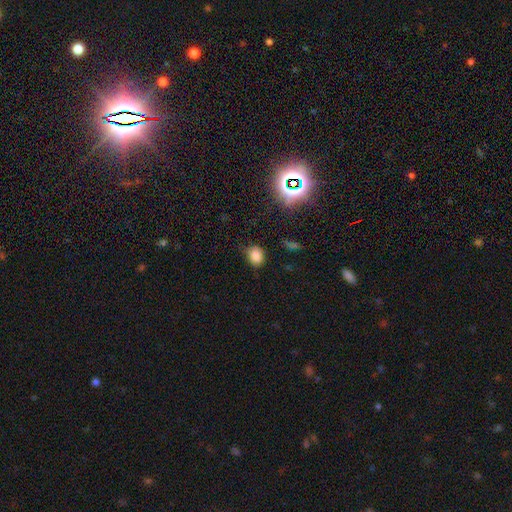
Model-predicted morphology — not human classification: The model was most divided on "how rounded": in between: 50%, round: 49%, cigar-shaped: 1%. More confident: smooth or featured — smooth (79%); merging — none (71%).